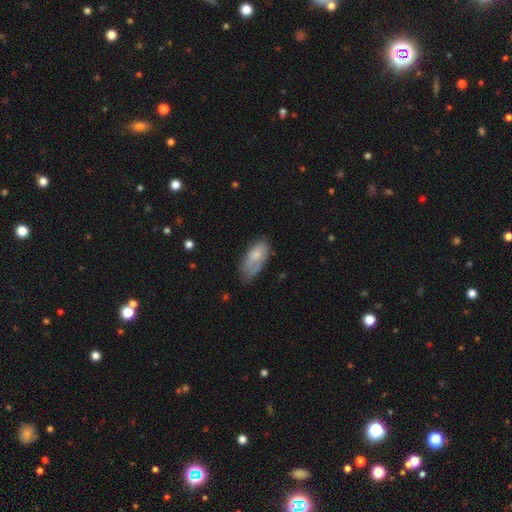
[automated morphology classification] A smooth galaxy with no disk features (72%) that is in between round and cigar-shaped (90%). Merging: none (47%).